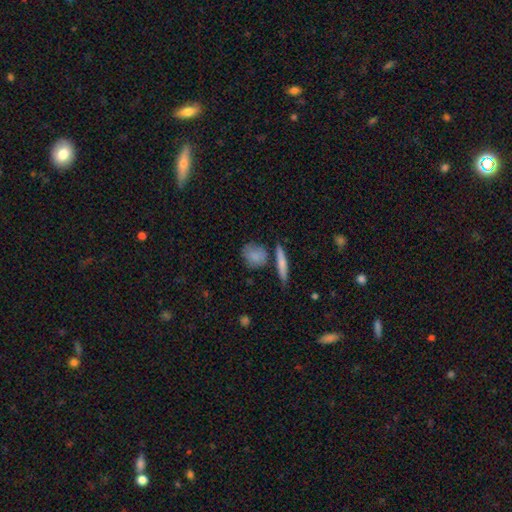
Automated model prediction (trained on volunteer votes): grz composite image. It shows a smooth galaxy with no disk features (79%) that is round (60%). Merging: none (66%).